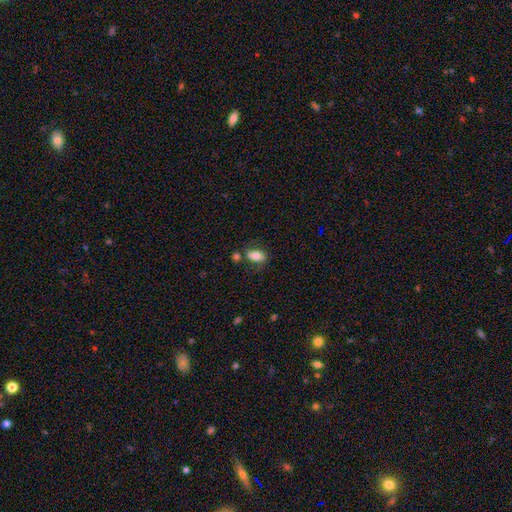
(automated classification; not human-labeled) Smooth or featured? Predicted: smooth (p=0.75). How rounded? Predicted: in between (p=0.87). Merging? Predicted: none (p=0.61).